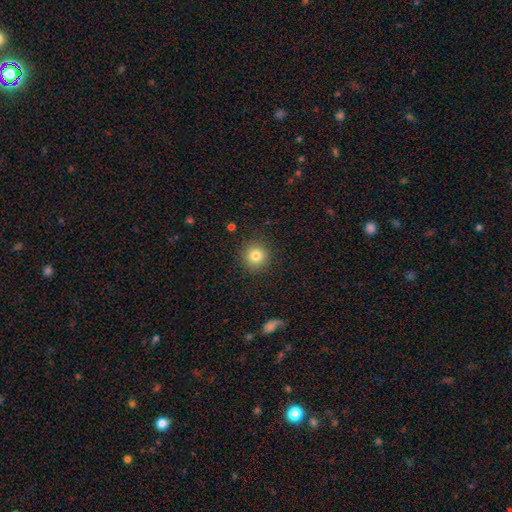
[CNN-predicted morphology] A smooth galaxy with no disk features (82%) that is round (93%).

Vote fractions:
- Smooth or featured? smooth: 82% / star or artifact: 11% / featured or disk: 7%
- How rounded? round: 93% / in between: 6% / cigar-shaped: 1%
- Merging? none: 89% / minor disturbance: 7% / major disturbance: 3% / merger: 1%